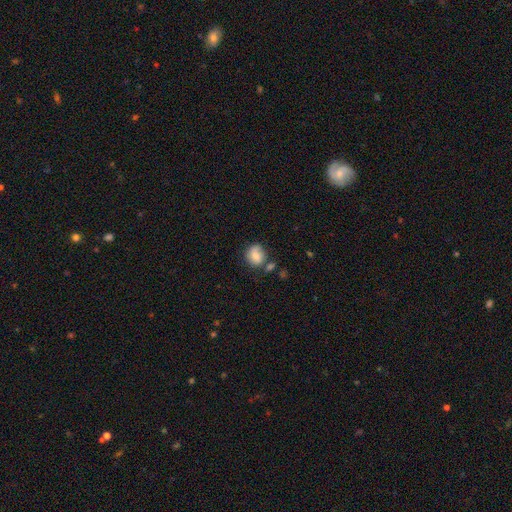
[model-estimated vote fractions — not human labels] Smooth or featured: smooth — 74% (featured or disk — 17%)
How rounded: round — 70% (in between — 29%)
Merging: none — 58% (minor disturbance — 23%)